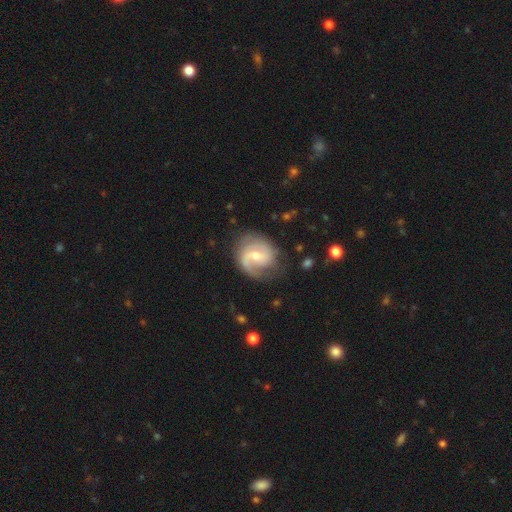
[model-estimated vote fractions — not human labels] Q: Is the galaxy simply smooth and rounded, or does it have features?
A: featured or disk — 83%.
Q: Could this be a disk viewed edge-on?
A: no — 98%.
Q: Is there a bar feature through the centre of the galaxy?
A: weak — 54%.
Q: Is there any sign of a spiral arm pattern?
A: yes — 95%.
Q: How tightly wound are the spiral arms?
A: medium — 47%.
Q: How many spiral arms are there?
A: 2 — 63%.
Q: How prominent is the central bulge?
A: moderate — 47%, tied with small.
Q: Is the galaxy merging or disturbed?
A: none — 68%.